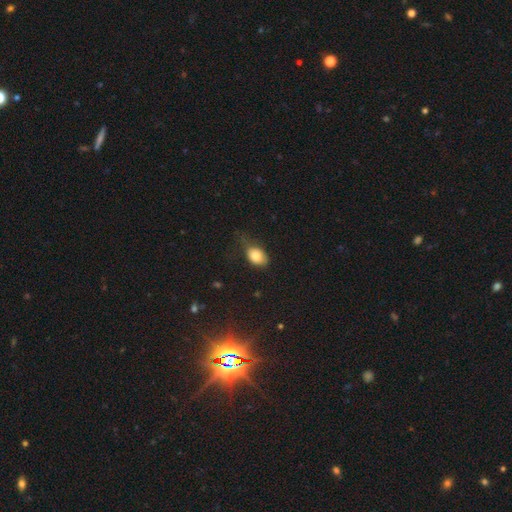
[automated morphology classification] A smooth galaxy with no disk features (81%) that is in between round and cigar-shaped (76%).

Vote fractions:
- Smooth or featured? smooth: 81% / featured or disk: 10% / star or artifact: 9%
- How rounded? in between: 76% / round: 23% / cigar-shaped: 2%
- Merging? none: 43% / minor disturbance: 36% / major disturbance: 19% / merger: 2%